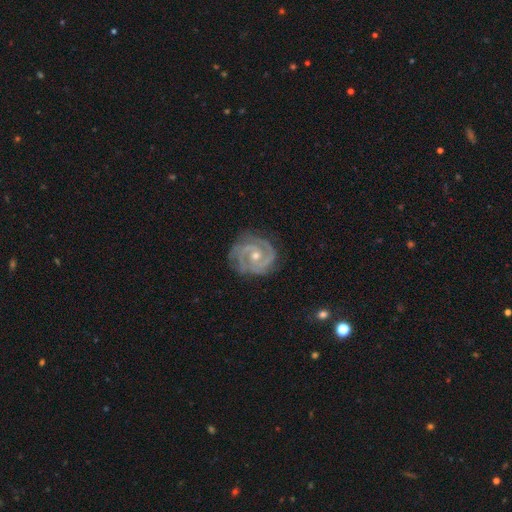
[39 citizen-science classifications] Smooth or featured: featured or disk — 82% (smooth — 10%)
Edge-on disk: no — 97% (yes — 3%)
Bar: no — 84% (weak — 16%)
Spiral arms: yes — 94% (no — 6%)
Spiral winding: tight — 76% (medium — 21%)
Spiral arm count: 2 — 69% (3 — 10%)
Bulge size: moderate — 55% (small — 39%)
Merging: none — 58% (minor disturbance — 33%)